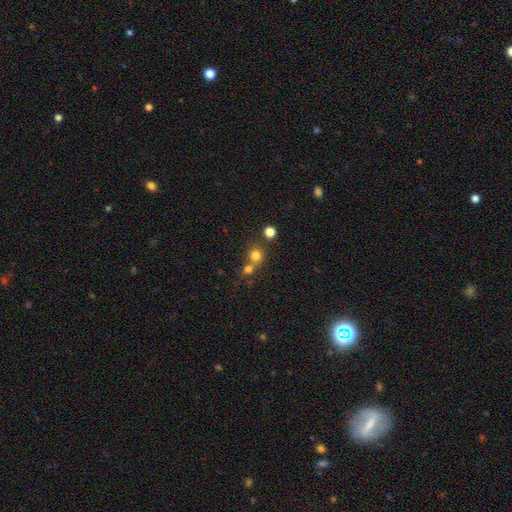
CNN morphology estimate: type=smooth (75%); roundness=round (87%); merging=none (53%).